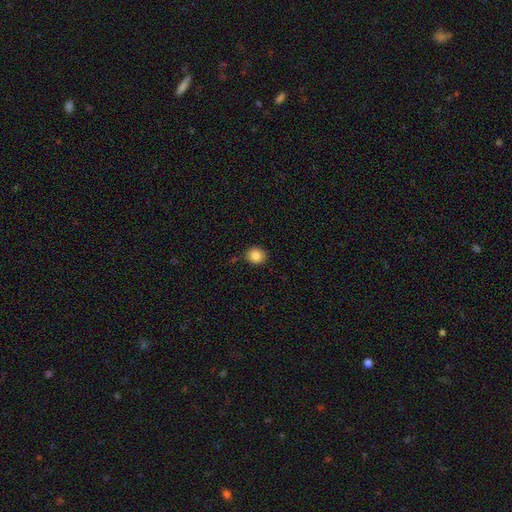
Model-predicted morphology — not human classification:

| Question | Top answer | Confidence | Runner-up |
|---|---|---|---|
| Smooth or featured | smooth | 85% | star or artifact (10%) |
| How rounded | round | 84% | in between (15%) |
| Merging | none | 85% | minor disturbance (11%) |